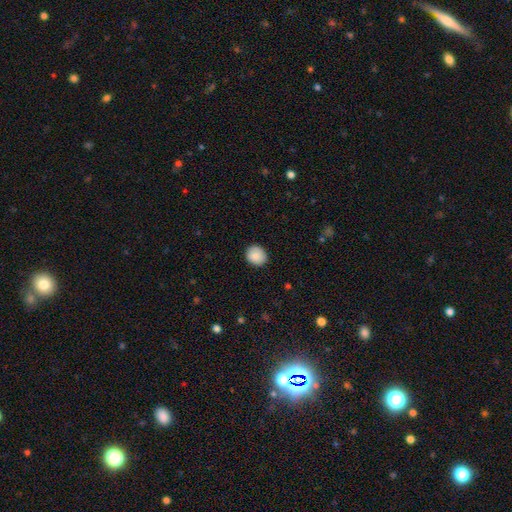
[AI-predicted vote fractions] Smooth or featured?
  - smooth: 88% *
  - star or artifact: 7%
  - featured or disk: 5%
How rounded?
  - round: 79% *
  - in between: 21%
  - cigar-shaped: 1%
Merging?
  - none: 88% *
  - minor disturbance: 9%
  - major disturbance: 2%
  - merger: 1%